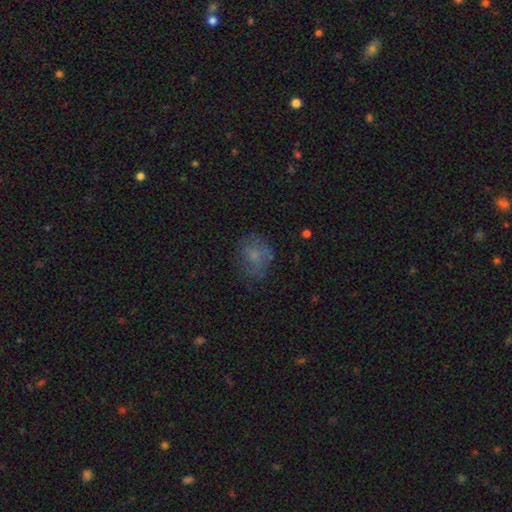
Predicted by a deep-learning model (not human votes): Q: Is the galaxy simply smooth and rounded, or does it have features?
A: smooth — 66%.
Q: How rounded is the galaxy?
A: round — 55%.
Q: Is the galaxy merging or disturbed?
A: none — 62%.